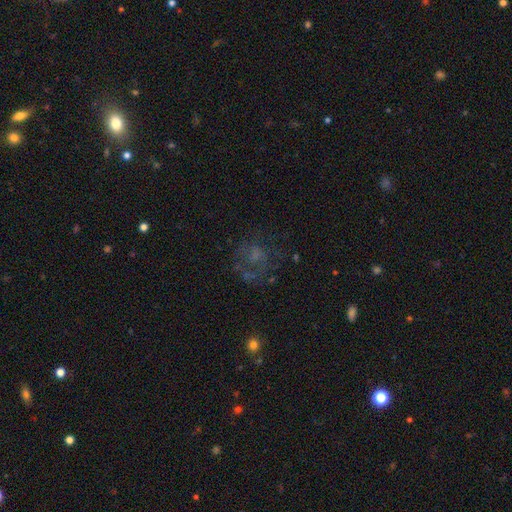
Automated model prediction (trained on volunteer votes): A featured or disk galaxy (48%). Merging: none (51%).